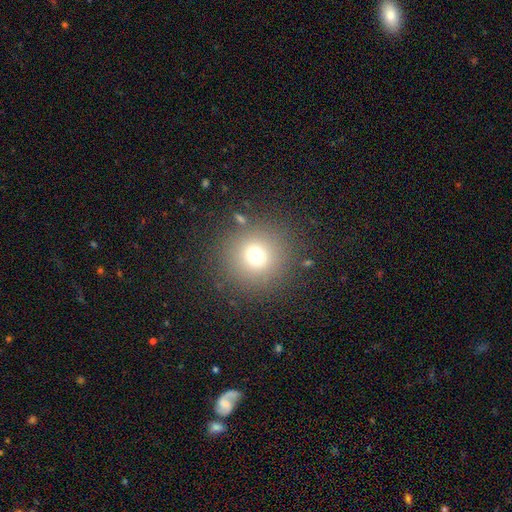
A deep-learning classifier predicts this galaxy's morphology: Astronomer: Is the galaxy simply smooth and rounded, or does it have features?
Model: smooth — 71%.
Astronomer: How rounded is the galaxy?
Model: round — 94%.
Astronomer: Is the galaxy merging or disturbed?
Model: none — 85%.